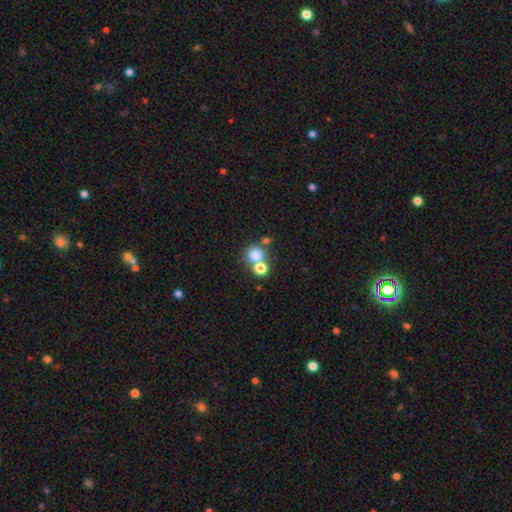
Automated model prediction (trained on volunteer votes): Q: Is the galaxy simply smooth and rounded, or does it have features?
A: smooth — 74%.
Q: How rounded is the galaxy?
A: round — 87%.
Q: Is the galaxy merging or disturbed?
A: none — 52%.